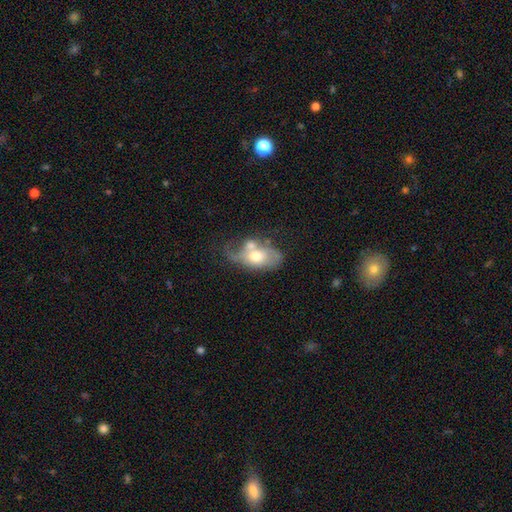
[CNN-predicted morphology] Overall: featured or disk (49%; smooth 44%). Merging: merger (39%; major disturbance 23%).